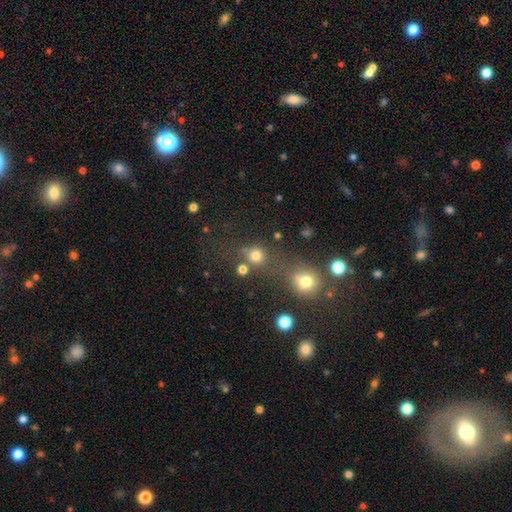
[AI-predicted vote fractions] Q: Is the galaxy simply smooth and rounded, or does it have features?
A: smooth — 76%.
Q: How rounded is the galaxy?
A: round — 87%.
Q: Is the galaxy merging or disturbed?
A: none — 61%.